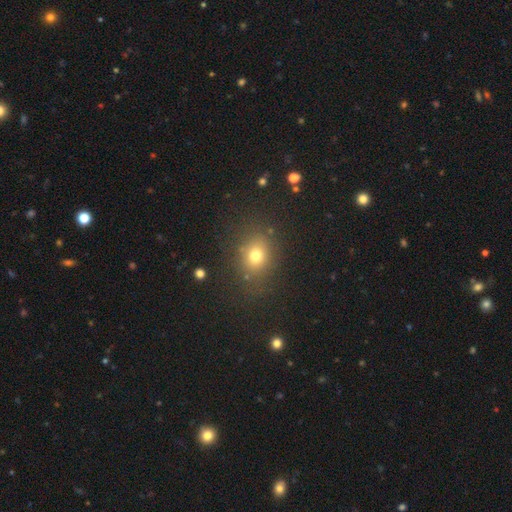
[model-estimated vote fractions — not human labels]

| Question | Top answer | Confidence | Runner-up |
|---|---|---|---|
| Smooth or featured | smooth | 74% | star or artifact (17%) |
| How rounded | round | 59% | in between (40%) |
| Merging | none | 81% | minor disturbance (11%) |